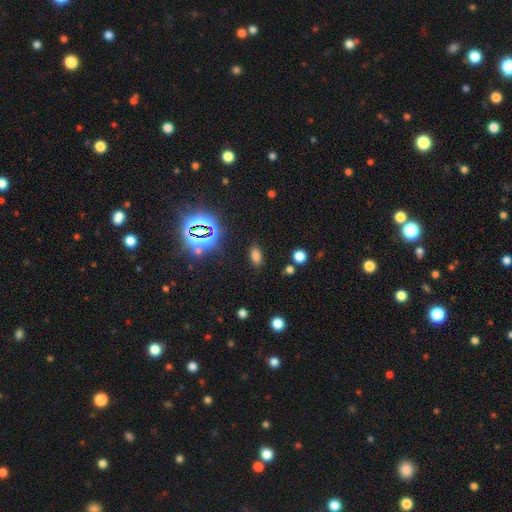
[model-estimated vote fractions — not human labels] This appears to be a smooth galaxy with no disk features (69%) that is in between round and cigar-shaped (88%). Merging: none (85%).